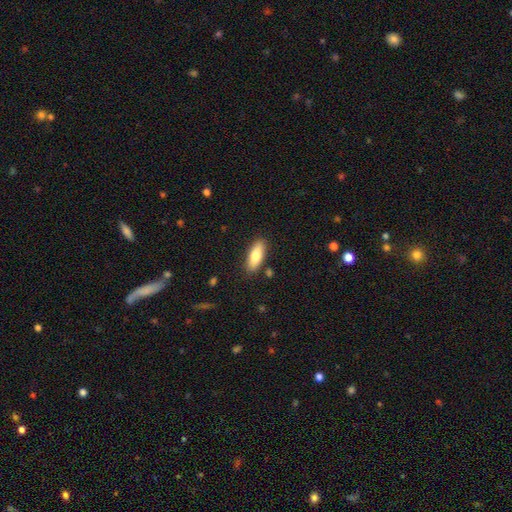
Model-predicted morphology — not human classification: Smooth or featured? Predicted: smooth (p=0.79). How rounded? Predicted: in between (p=0.71). Merging? Predicted: none (p=0.85).